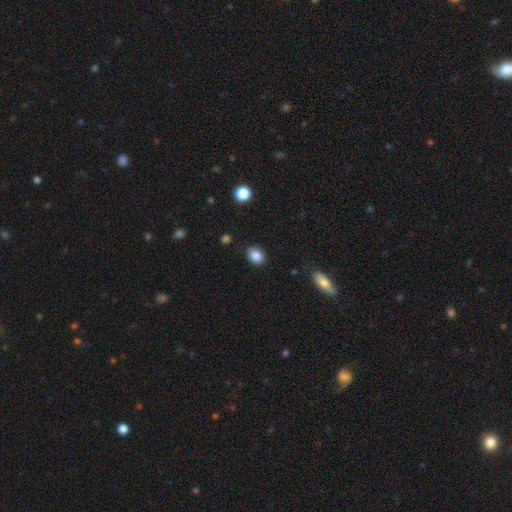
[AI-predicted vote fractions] Overall: smooth (86%). How rounded: in between (57%; round 42%). Merging: none (86%).